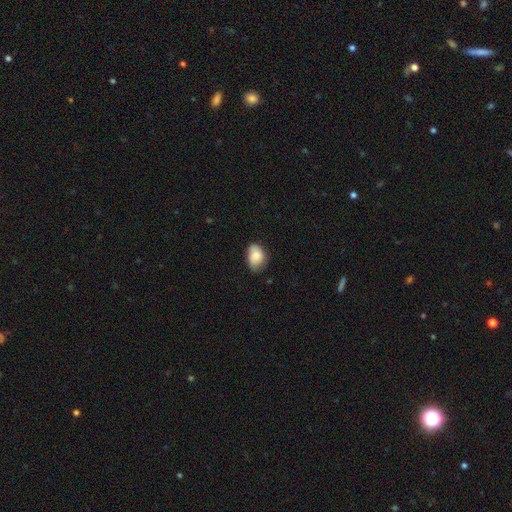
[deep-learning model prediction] Morphology: type=smooth (80%); roundness=in between (75%); merging=none (61%).